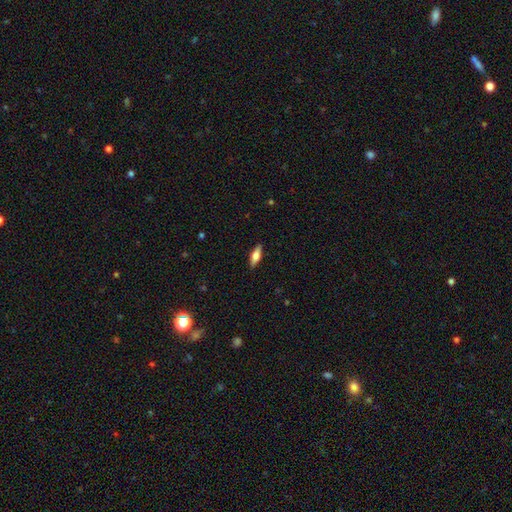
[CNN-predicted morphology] A smooth galaxy with no disk features (56%) that is in between round and cigar-shaped (55%).

Vote fractions:
- Smooth or featured? smooth: 56% / featured or disk: 37% / star or artifact: 7%
- How rounded? in between: 55% / cigar-shaped: 42% / round: 3%
- Merging? none: 88% / minor disturbance: 9% / major disturbance: 2% / merger: 1%